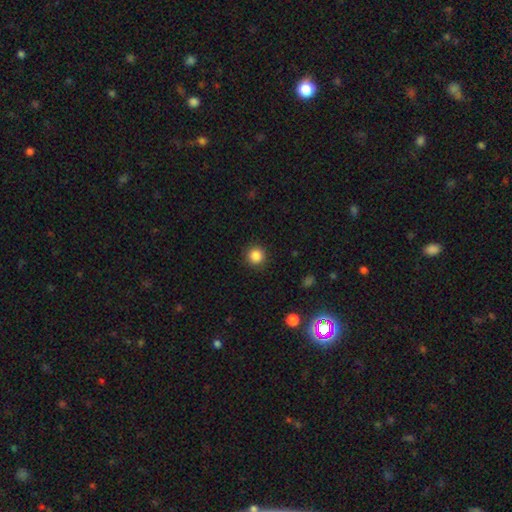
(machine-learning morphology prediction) This appears to be a smooth galaxy with no disk features (86%) that is round (95%). Merging: none (91%).